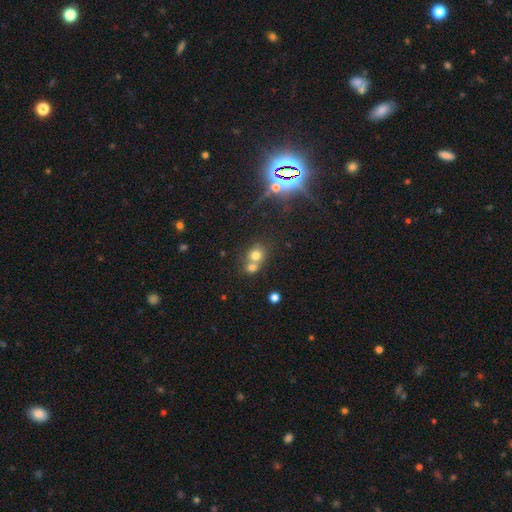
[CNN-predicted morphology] Smooth or featured? smooth (70%)
How rounded? round (74%)
Merging? merger (55%)